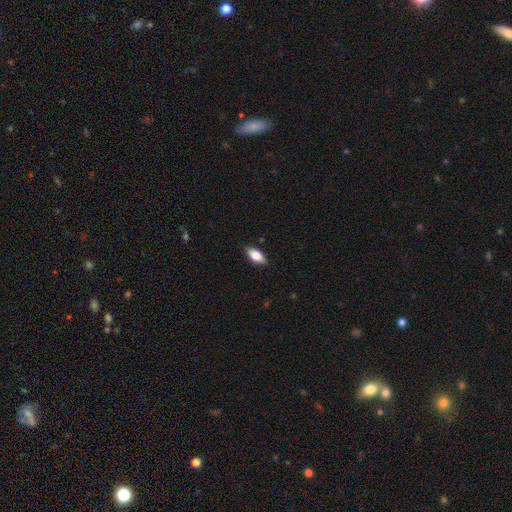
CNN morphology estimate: This appears to be a smooth galaxy with no disk features (74%) that is in between round and cigar-shaped (86%). Merging: none (84%).